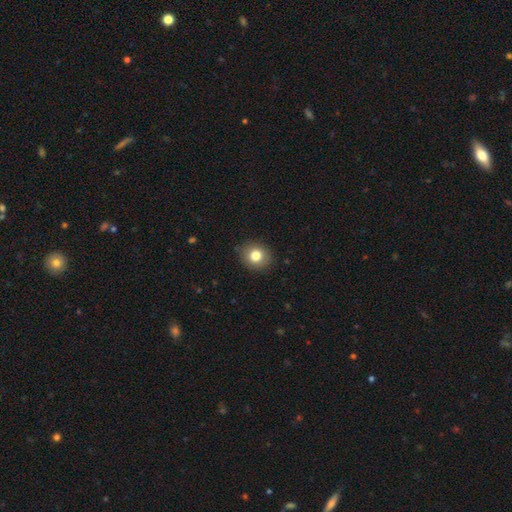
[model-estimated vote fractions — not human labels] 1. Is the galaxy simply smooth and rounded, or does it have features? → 79% smooth, 11% star or artifact, 10% featured or disk.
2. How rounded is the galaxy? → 73% round, 26% in between, 1% cigar-shaped.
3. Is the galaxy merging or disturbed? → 87% none, 10% minor disturbance, 2% major disturbance, 1% merger.